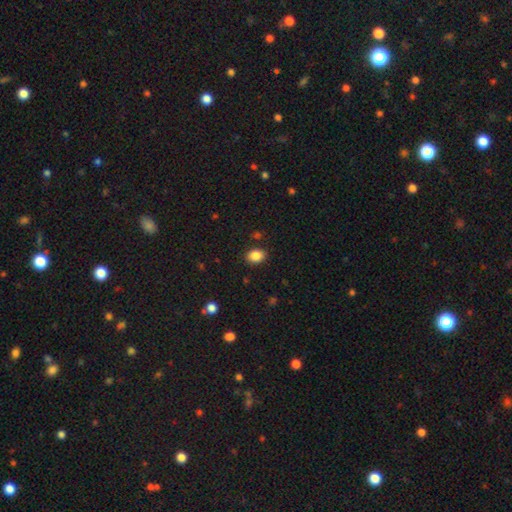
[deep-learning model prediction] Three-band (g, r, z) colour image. It shows a smooth galaxy with no disk features (87%) that is in between round and cigar-shaped (63%). Merging: none (87%).